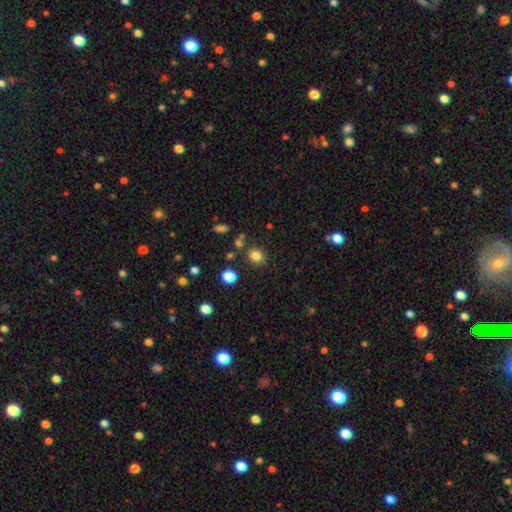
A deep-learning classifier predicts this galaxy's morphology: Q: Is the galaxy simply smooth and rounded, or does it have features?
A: smooth — 81%.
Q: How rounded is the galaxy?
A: round — 82%.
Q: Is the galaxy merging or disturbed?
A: none — 83%.